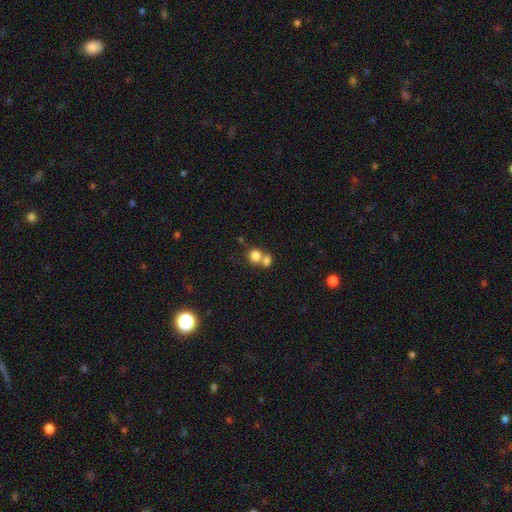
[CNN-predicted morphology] smooth-or-featured: smooth: 80% | star or artifact: 11% | featured or disk: 10%
  how-rounded: round: 70% | in between: 28% | cigar-shaped: 1%
  merging: merger: 54% | none: 35% | minor disturbance: 7% | major disturbance: 3%